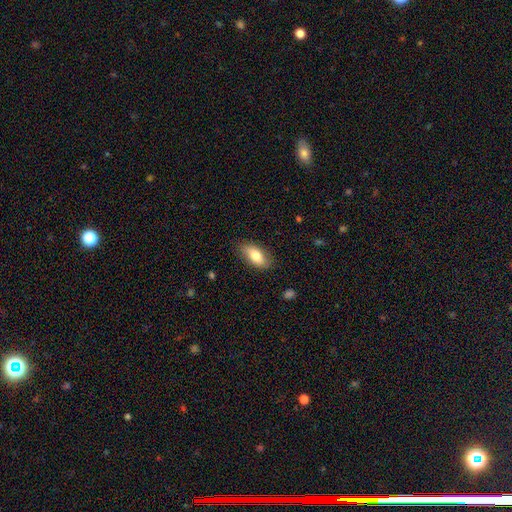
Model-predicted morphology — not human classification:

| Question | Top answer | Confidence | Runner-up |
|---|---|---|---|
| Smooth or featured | smooth | 76% | featured or disk (17%) |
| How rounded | in between | 87% | cigar-shaped (10%) |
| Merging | none | 83% | minor disturbance (13%) |